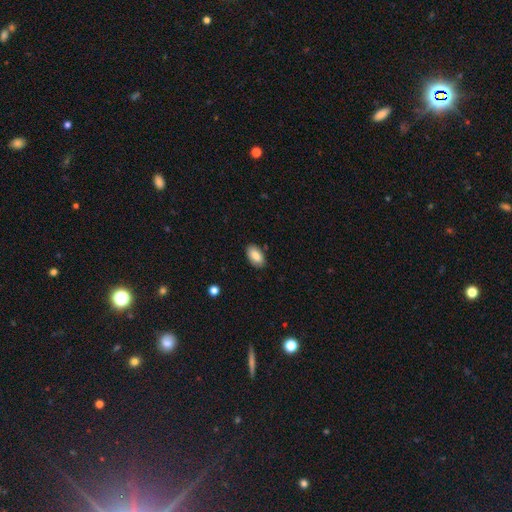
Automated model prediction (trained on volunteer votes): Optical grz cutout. It shows a smooth galaxy with no disk features (85%) that is in between round and cigar-shaped (94%). Merging: none (86%).